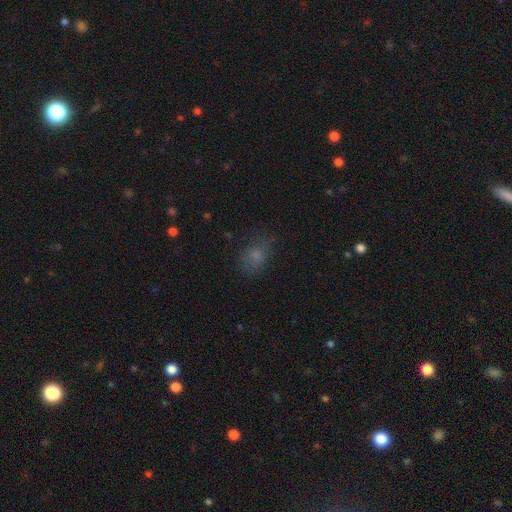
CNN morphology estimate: This is likely a smooth galaxy (73%). How rounded: possibly in between (59%). Merging: likely none (66%).